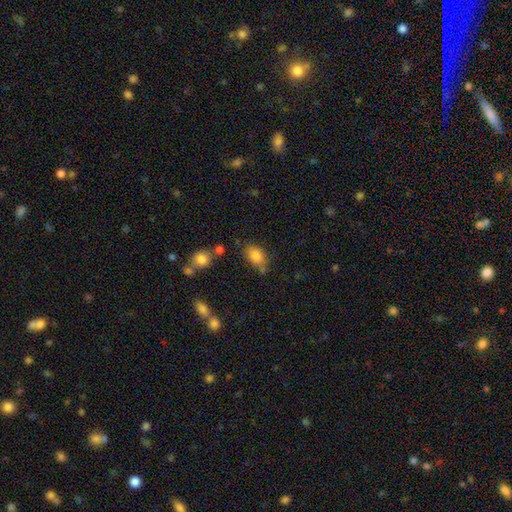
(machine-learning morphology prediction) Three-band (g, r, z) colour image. It shows a smooth galaxy with no disk features (83%) that is in between round and cigar-shaped (77%). Merging: none (54%).